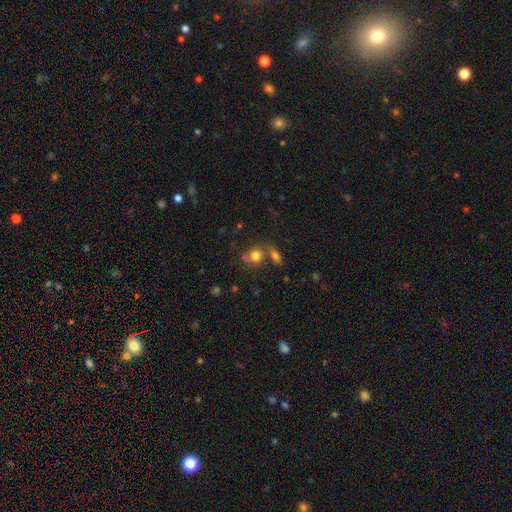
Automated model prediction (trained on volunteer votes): Overall: smooth (76%). How rounded: round (76%). Merging: none (51%; merger 32%).